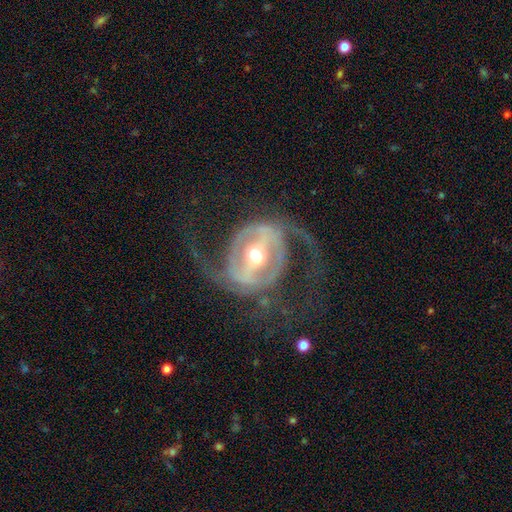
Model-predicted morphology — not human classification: smooth-or-featured: featured or disk: 86% | smooth: 9% | star or artifact: 5%
  disk-edge-on: no: 95% | yes: 5%
    bar: strong: 65% | weak: 23% | no: 12%
    has-spiral-arms: yes: 74% | no: 26%
      spiral-winding: loose: 41% | medium: 40% | tight: 19%
      spiral-arm-count: 2: 84% | can't tell: 6% | 1: 5% | 3: 2% | 4: 1% | more than 4: 1%
    bulge-size: moderate: 75% | small: 12% | large: 11% | dominant: 1% | none: 1%
  merging: none: 61% | major disturbance: 24% | minor disturbance: 13% | merger: 2%